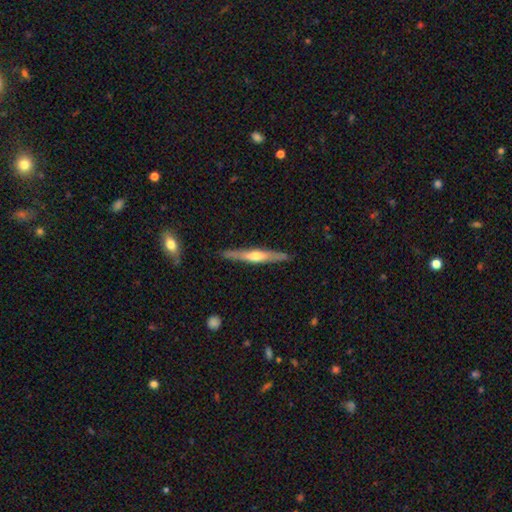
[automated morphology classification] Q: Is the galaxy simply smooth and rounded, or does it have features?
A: featured or disk — 63%.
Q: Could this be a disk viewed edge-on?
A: yes — 96%.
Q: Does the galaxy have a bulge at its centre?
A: rounded — 83%.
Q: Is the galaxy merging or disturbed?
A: none — 88%.